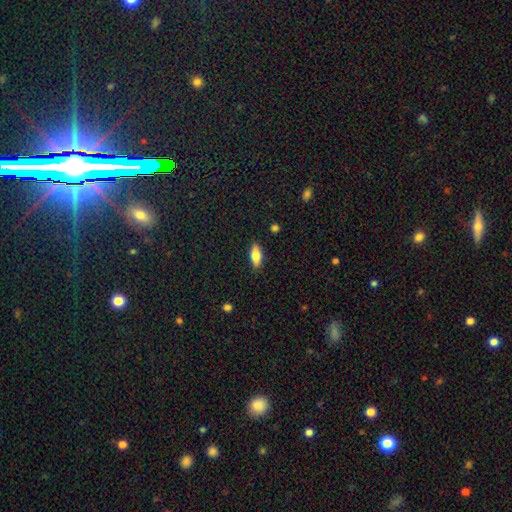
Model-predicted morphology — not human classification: The model was most divided on "how rounded": in between: 78%, cigar-shaped: 20%, round: 3%. More confident: merging — none (87%); smooth or featured — smooth (78%).